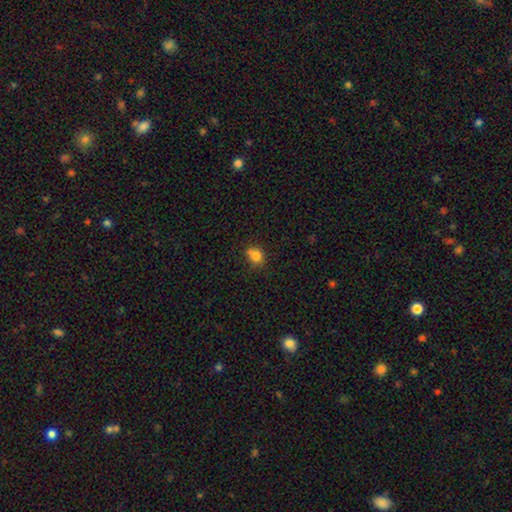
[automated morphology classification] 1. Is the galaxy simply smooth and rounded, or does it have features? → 80% smooth, 12% star or artifact, 8% featured or disk.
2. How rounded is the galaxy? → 64% round, 35% in between, 1% cigar-shaped.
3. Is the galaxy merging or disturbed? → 58% none, 24% minor disturbance, 11% merger, 6% major disturbance.